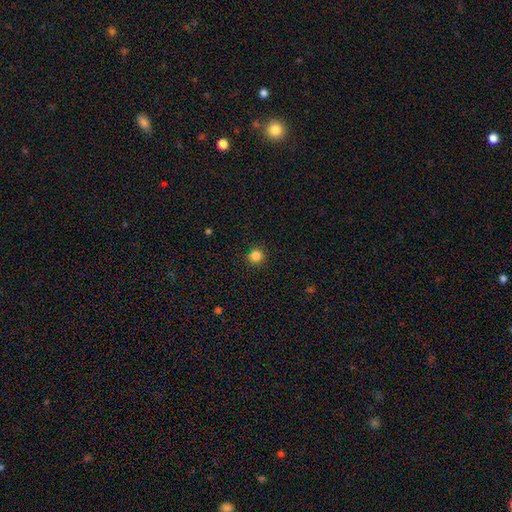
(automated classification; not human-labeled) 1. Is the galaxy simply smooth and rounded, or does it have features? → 84% smooth, 12% star or artifact, 4% featured or disk.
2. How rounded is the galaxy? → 94% round, 5% in between, 1% cigar-shaped.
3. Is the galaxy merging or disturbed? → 90% none, 7% minor disturbance, 2% major disturbance, 1% merger.